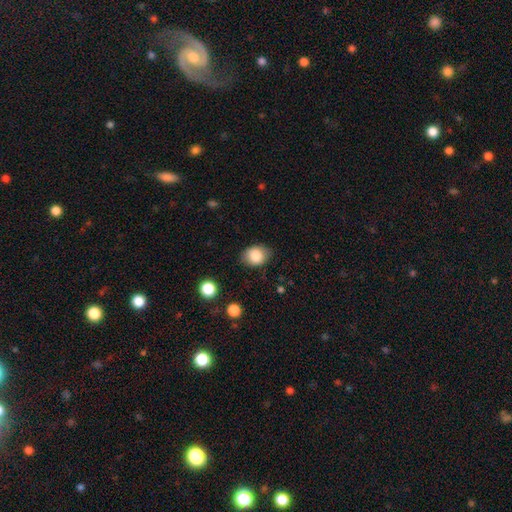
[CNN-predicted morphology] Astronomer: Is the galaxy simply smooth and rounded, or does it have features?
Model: smooth — 84%.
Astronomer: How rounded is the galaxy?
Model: in between — 66%.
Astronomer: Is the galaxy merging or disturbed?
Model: none — 82%.